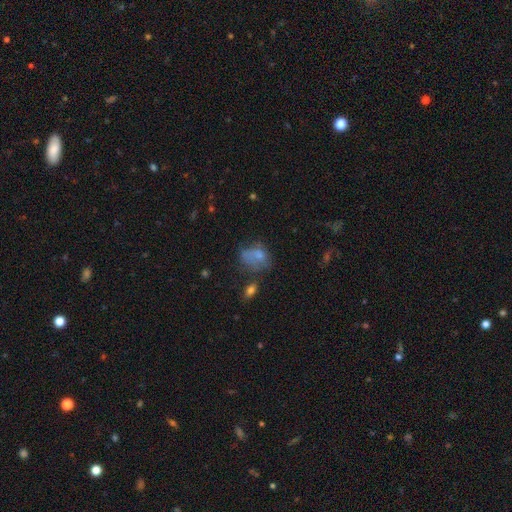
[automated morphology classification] The model was most divided on "merging": none: 33%, major disturbance: 27%, minor disturbance: 26%, merger: 13%. More confident: how rounded — in between (67%); smooth or featured — smooth (65%).